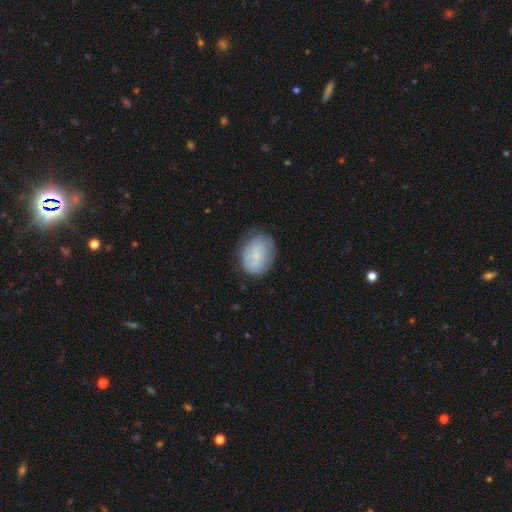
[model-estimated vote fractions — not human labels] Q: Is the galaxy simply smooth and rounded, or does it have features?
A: smooth — 56%.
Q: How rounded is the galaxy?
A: in between — 60%.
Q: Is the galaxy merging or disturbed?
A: none — 73%.